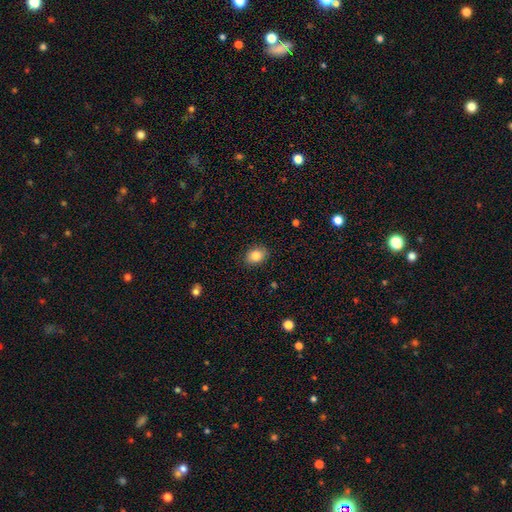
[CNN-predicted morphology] Smooth or featured? smooth (85%)
How rounded? in between (69%)
Merging? none (86%)